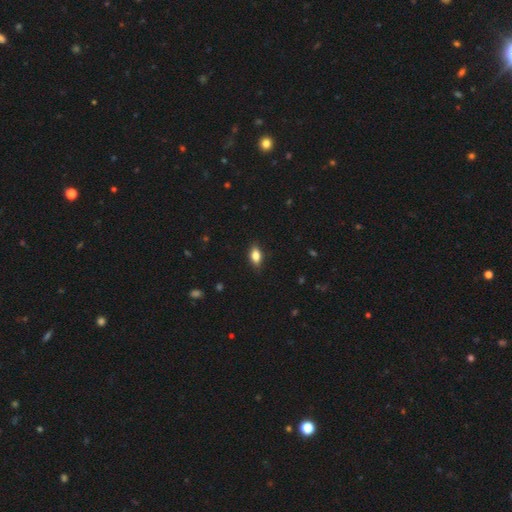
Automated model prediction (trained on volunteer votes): Overall: smooth (79%). How rounded: in between (84%). Merging: none (85%).